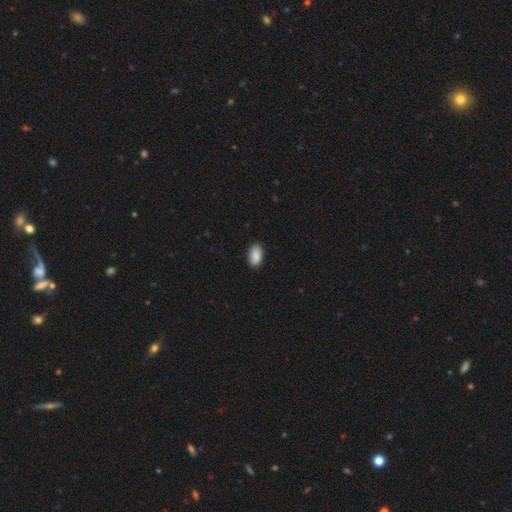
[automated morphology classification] This appears to be a smooth galaxy with no disk features (86%) that is in between round and cigar-shaped (93%). Merging: none (86%).